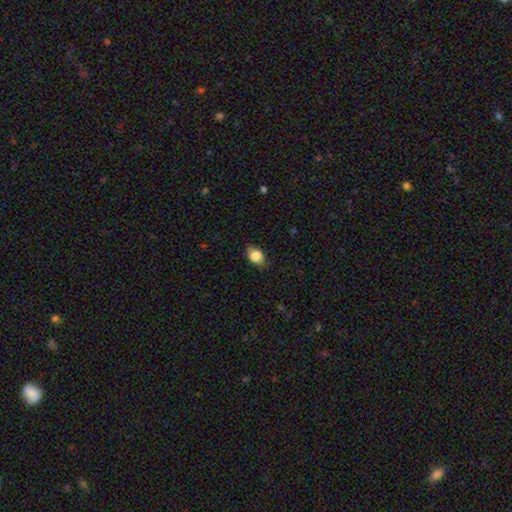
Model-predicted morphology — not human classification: The model was most divided on "how rounded": in between: 77%, round: 21%, cigar-shaped: 2%. More confident: smooth or featured — smooth (80%); merging — none (80%).